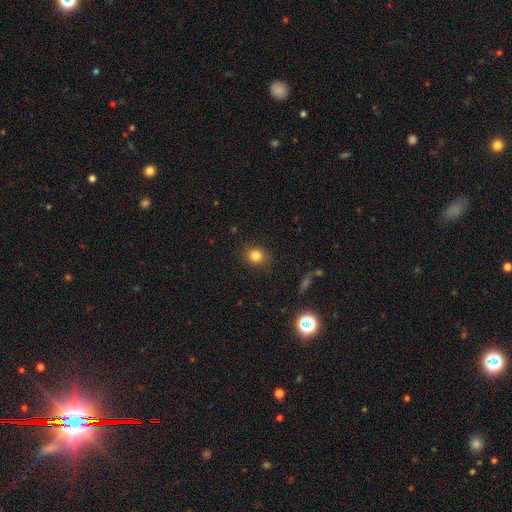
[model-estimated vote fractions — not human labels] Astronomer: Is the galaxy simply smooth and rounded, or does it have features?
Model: smooth — 81%.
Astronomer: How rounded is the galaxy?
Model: round — 79%.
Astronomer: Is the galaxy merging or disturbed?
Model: none — 87%.